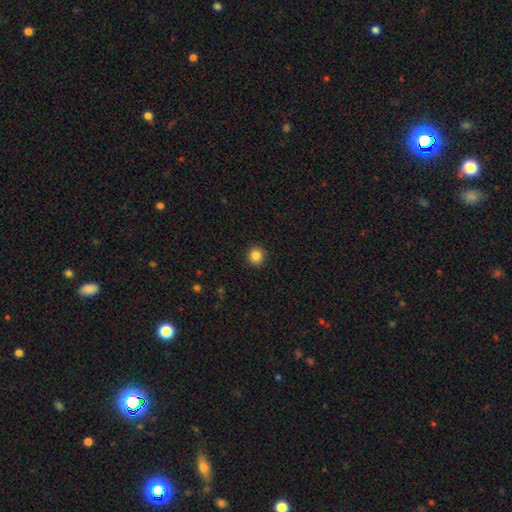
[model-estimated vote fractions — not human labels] Overall: smooth (86%). How rounded: round (93%). Merging: none (93%).